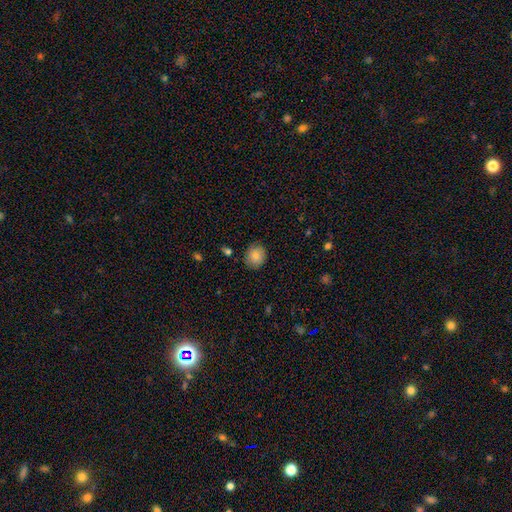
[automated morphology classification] This appears to be a smooth galaxy with no disk features (82%) that is round (73%). Merging: none (83%).